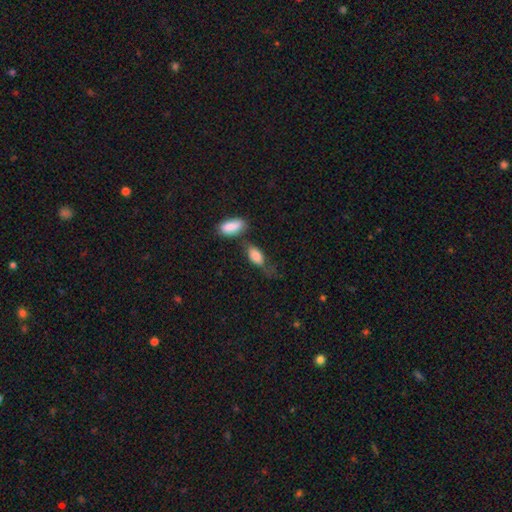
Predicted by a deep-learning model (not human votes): Smooth or featured? Predicted: smooth (p=0.85). How rounded? Predicted: in between (p=0.89). Merging? Predicted: none (p=0.43).